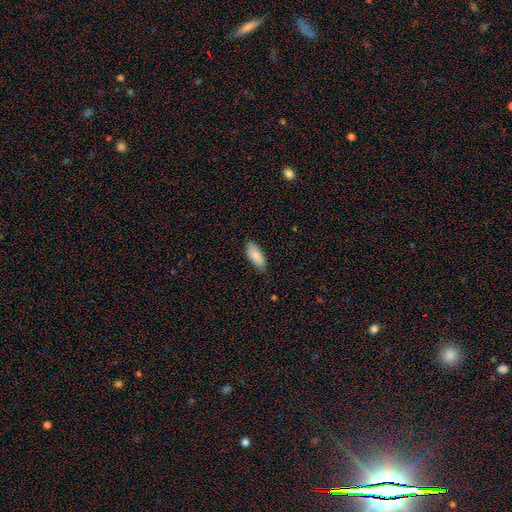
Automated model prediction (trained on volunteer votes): This appears to be a smooth galaxy with no disk features (86%) that is in between round and cigar-shaped (85%). Merging: none (79%).